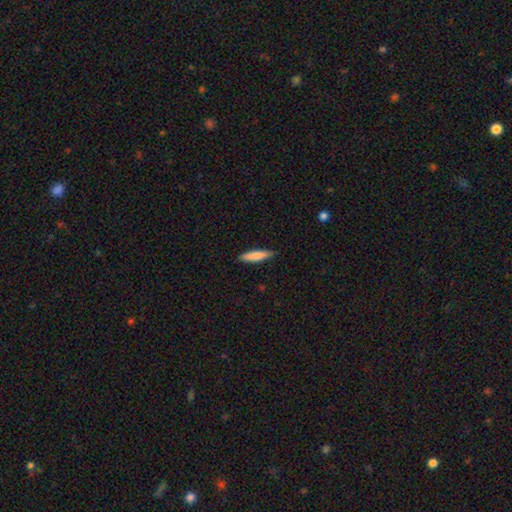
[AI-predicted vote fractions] Smooth or featured: smooth — 82% (featured or disk — 12%)
How rounded: cigar-shaped — 81% (in between — 17%)
Merging: none — 88% (minor disturbance — 9%)